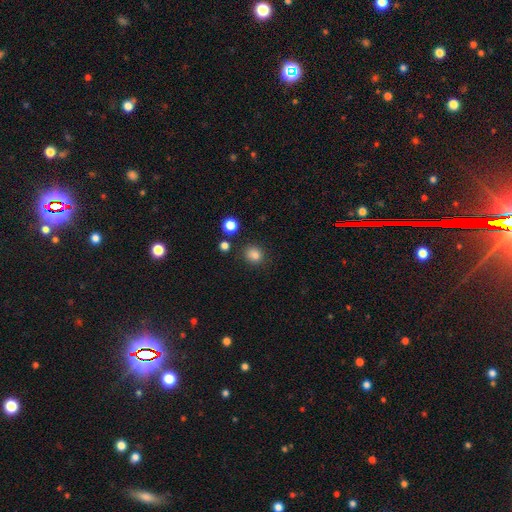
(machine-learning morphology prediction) type=smooth (83%); roundness=round (79%); merging=none (83%).